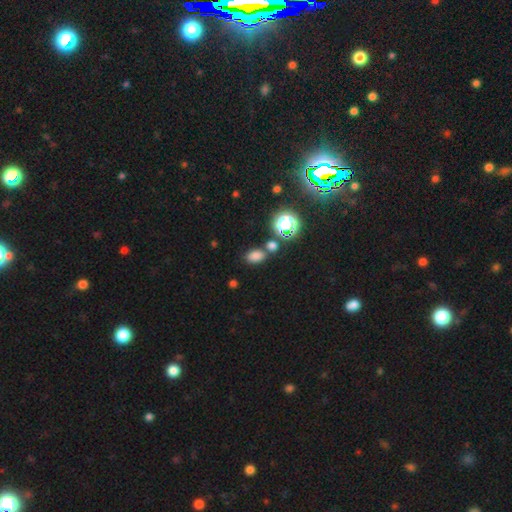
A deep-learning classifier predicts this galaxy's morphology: Smooth or featured? smooth (73%)
How rounded? in between (79%)
Merging? none (72%)